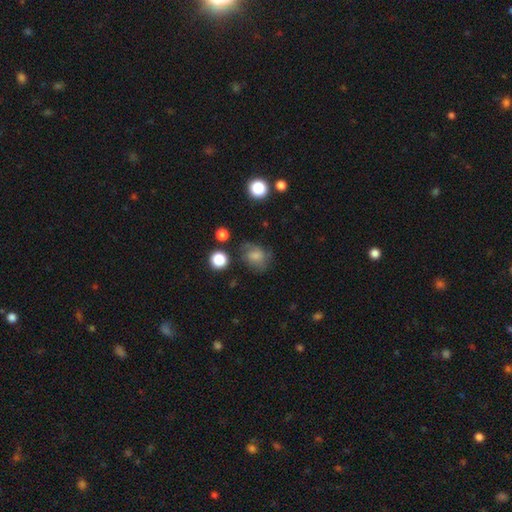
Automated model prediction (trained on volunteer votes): Morphology: type=smooth (70%); roundness=round (54%); merging=none (55%).